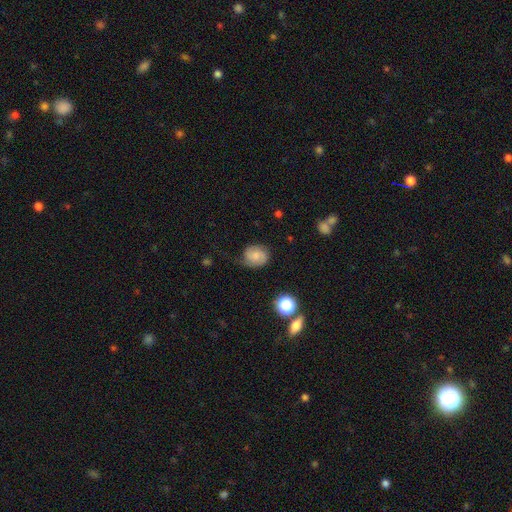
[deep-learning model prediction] smooth 60%, featured or disk 29%, star or artifact 10%. Down the decision tree: how rounded — round (60%); merging — none (60%).